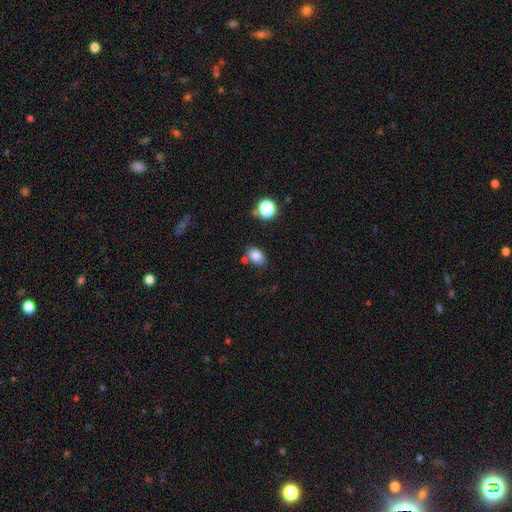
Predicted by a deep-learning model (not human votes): smooth_or_featured: smooth (p=0.83) [alt: star or artifact p=0.11]
how_rounded: in between (p=0.81) [alt: round p=0.17]
merging: none (p=0.71) [alt: minor disturbance p=0.16]